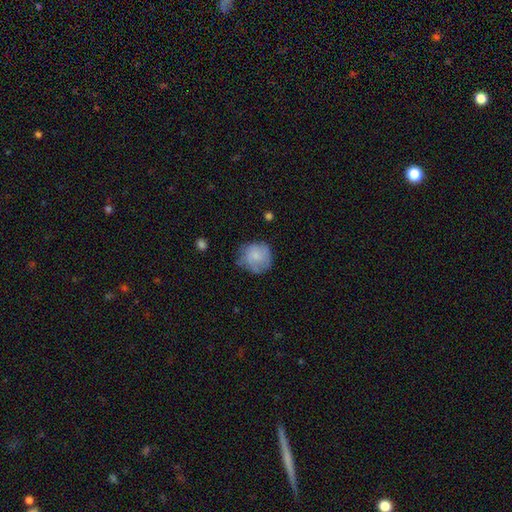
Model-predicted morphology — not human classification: type=smooth (70%); roundness=round (87%); merging=none (58%).